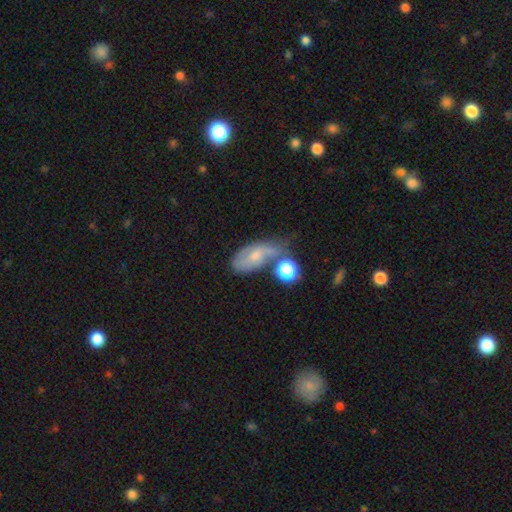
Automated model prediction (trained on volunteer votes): This appears to be a featured or disk galaxy (46%). Merging: none (35%).